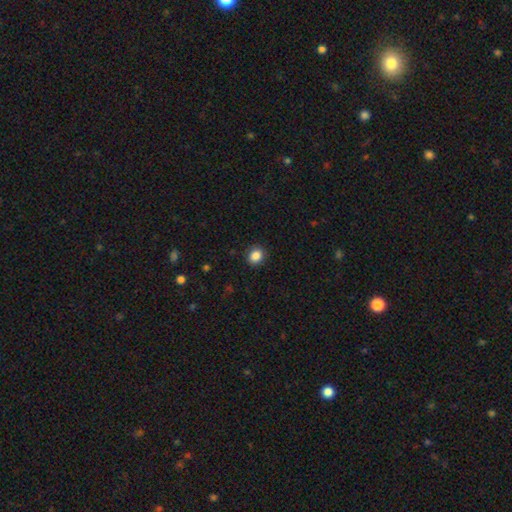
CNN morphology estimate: Overall: smooth (86%). How rounded: round (70%). Merging: none (90%).